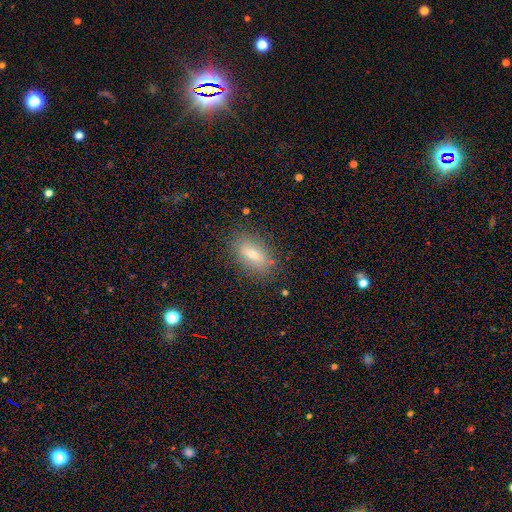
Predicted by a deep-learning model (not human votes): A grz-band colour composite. It shows a smooth galaxy with no disk features (64%) that is in between round and cigar-shaped (78%). Merging: none (82%).